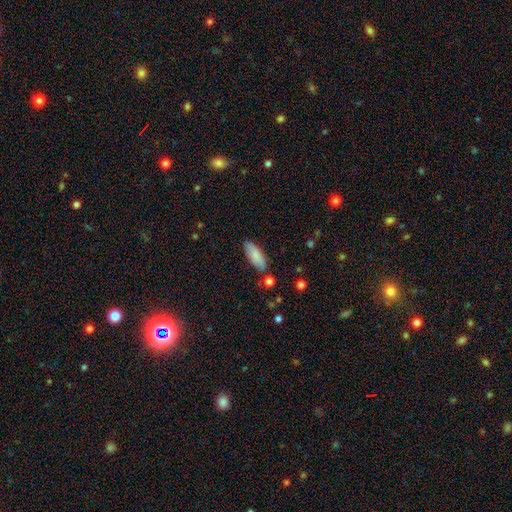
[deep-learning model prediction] smooth_or_featured: smooth (p=0.86) [alt: featured or disk p=0.08]
how_rounded: in between (p=0.72) [alt: cigar-shaped p=0.26]
merging: none (p=0.79) [alt: minor disturbance p=0.14]